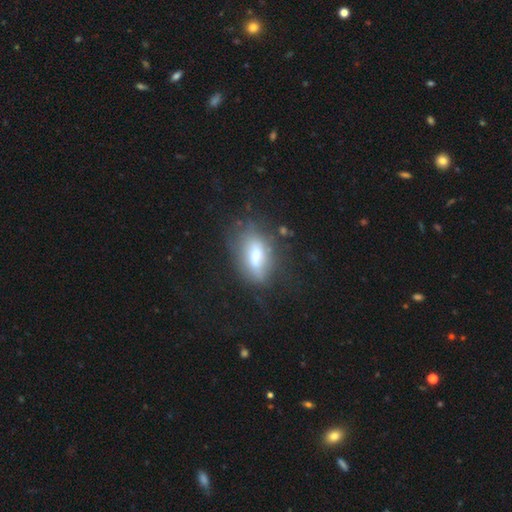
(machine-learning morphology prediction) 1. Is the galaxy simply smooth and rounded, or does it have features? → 56% smooth, 35% featured or disk, 9% star or artifact.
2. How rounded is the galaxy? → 80% in between, 14% cigar-shaped, 6% round.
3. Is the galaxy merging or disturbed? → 56% none, 25% minor disturbance, 15% major disturbance, 4% merger.